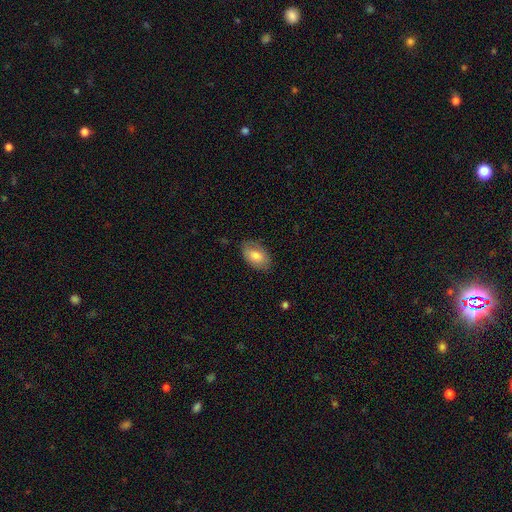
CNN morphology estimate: Overall: smooth (78%). How rounded: in between (92%). Merging: none (79%).